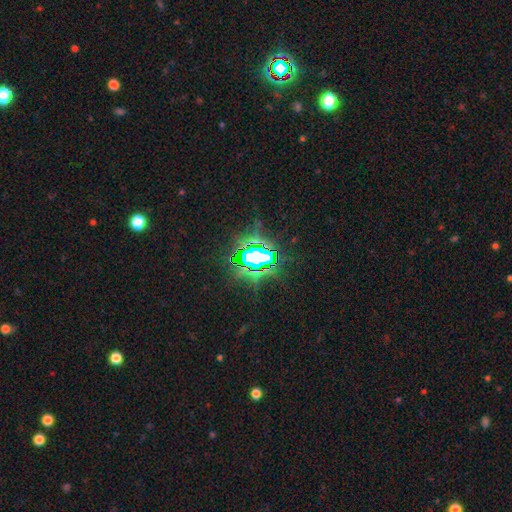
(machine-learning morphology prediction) The model was most divided on "smooth or featured": star or artifact: 76%, smooth: 13%, featured or disk: 11%.